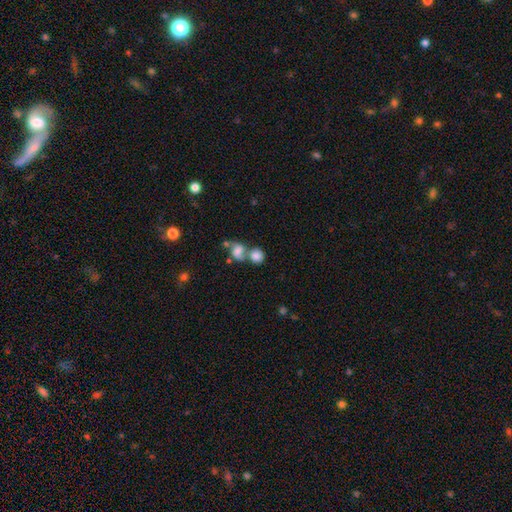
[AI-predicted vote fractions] Smooth or featured?
  - smooth: 76% *
  - featured or disk: 14%
  - star or artifact: 9%
How rounded?
  - round: 77% *
  - in between: 22%
  - cigar-shaped: 1%
Merging?
  - merger: 55% *
  - none: 31%
  - minor disturbance: 8%
  - major disturbance: 5%